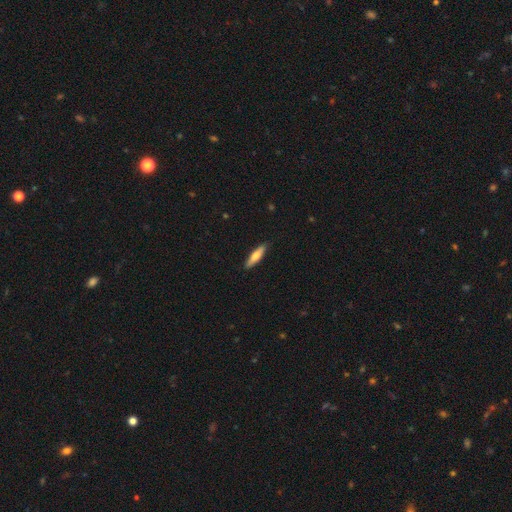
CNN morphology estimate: Smooth or featured? smooth (67%)
How rounded? cigar-shaped (72%)
Merging? none (88%)